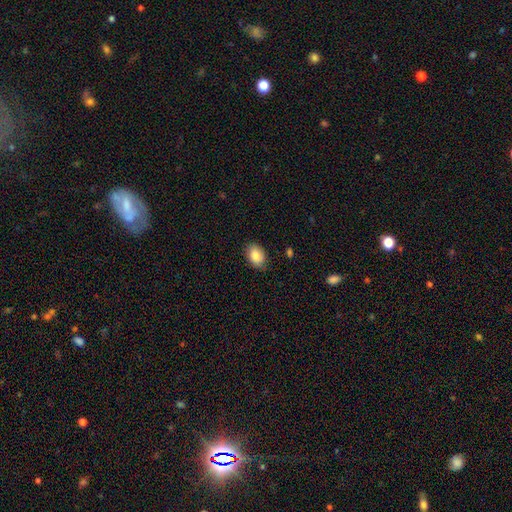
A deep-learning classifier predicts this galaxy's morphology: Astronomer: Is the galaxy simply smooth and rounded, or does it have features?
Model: smooth — 85%.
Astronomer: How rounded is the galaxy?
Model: in between — 82%.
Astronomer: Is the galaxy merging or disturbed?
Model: none — 83%.